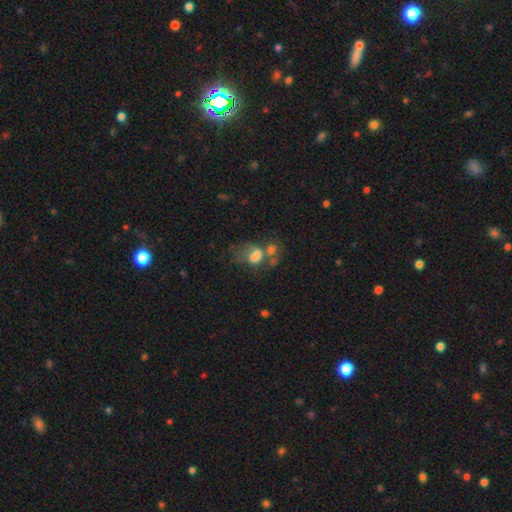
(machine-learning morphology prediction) This is possibly a smooth galaxy (56%). How rounded: likely in between (71%). Merging: possibly merger (54%).